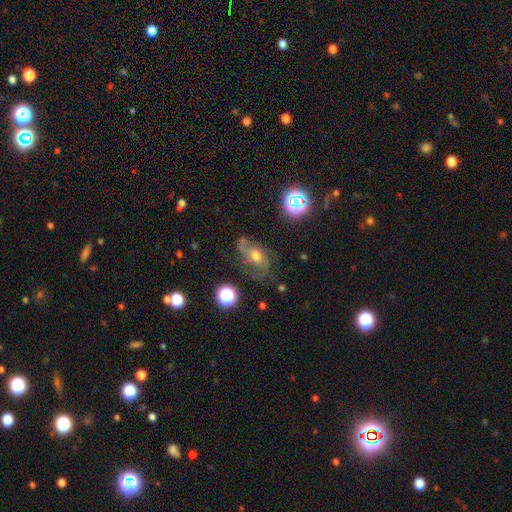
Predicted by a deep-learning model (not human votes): Overall: featured or disk (67%). Edge-on disk: no (94%). Bar: no (59%; weak 33%). Spiral arms: yes (88%). Spiral arm count: 2 (61%). Spiral winding: medium (44%; loose 37%). Bulge size: moderate (66%). Merging: none (56%; minor disturbance 23%).